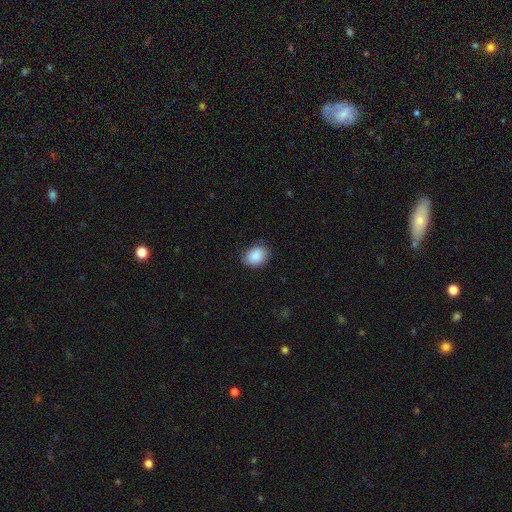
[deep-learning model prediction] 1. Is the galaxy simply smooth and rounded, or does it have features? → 88% smooth, 7% star or artifact, 4% featured or disk.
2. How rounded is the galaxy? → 65% in between, 34% round, 1% cigar-shaped.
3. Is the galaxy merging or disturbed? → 80% none, 16% minor disturbance, 3% major disturbance, 1% merger.